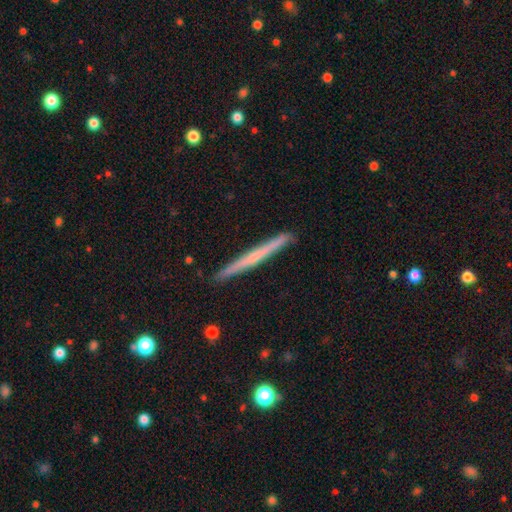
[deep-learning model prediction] smooth_or_featured: featured or disk (p=0.55) [alt: smooth p=0.39]
disk_edge_on: yes (p=0.98) [alt: no p=0.02]
edge_on_bulge: none (p=0.64) [alt: rounded p=0.31]
merging: none (p=0.92) [alt: minor disturbance p=0.06]